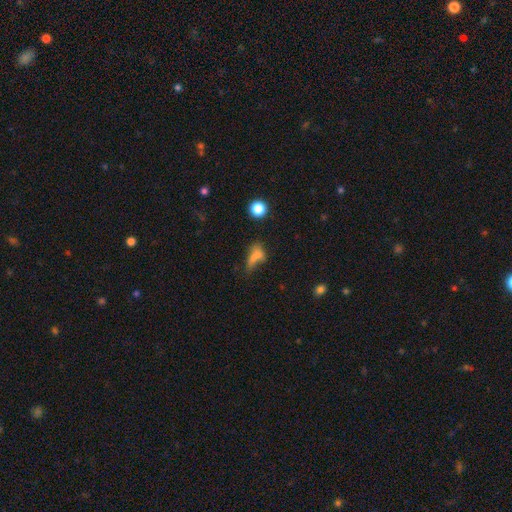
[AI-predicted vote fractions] Smooth or featured? Predicted: smooth (p=0.63). How rounded? Predicted: in between (p=0.59). Merging? Predicted: none (p=0.33).